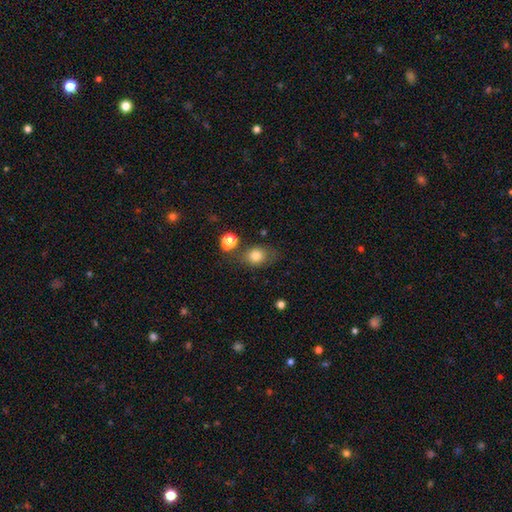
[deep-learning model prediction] This appears to be a smooth galaxy with no disk features (80%) that is round (51%). Merging: none (64%).